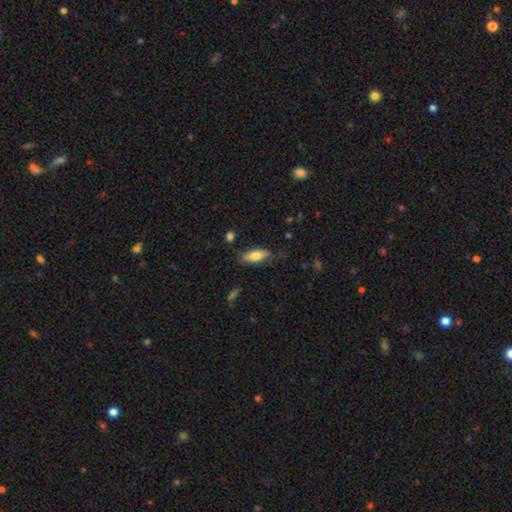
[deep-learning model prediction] Smooth or featured? smooth (73%)
How rounded? in between (80%)
Merging? none (65%)